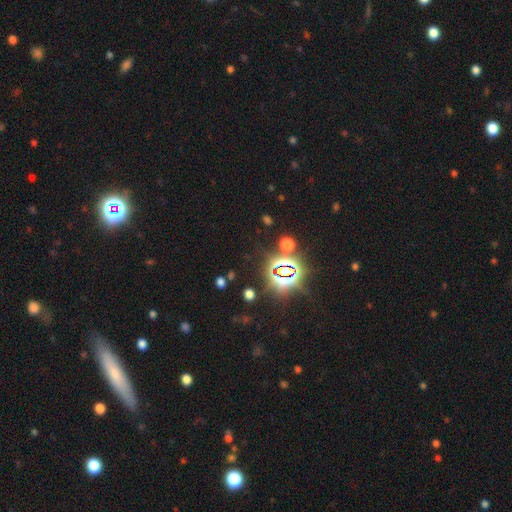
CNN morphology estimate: Smooth or featured? star or artifact (80%)